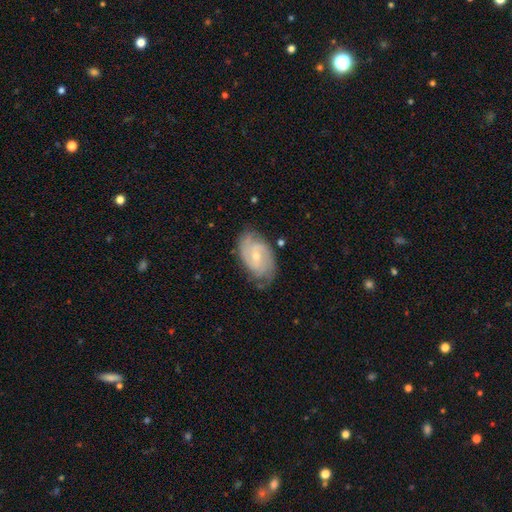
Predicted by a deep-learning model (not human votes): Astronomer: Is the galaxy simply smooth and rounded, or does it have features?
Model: featured or disk — 83%.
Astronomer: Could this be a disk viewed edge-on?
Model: no — 96%.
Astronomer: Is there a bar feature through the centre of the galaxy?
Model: weak — 46% (runner-up: no, 45%).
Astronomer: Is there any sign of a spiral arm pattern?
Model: yes — 95%.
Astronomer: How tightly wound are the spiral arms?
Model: tight — 53% (runner-up: medium, 37%).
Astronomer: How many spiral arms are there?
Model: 2 — 58%.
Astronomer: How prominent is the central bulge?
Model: small — 61% (runner-up: moderate, 36%).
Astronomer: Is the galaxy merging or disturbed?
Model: none — 74%.